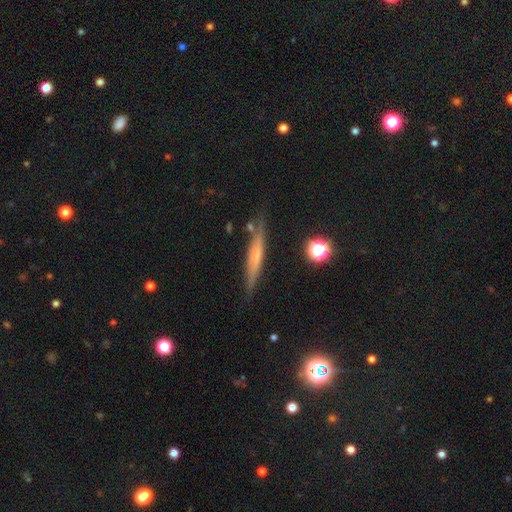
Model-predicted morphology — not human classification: Smooth or featured: smooth — 46% (featured or disk — 44%)
Merging: none — 81% (minor disturbance — 12%)